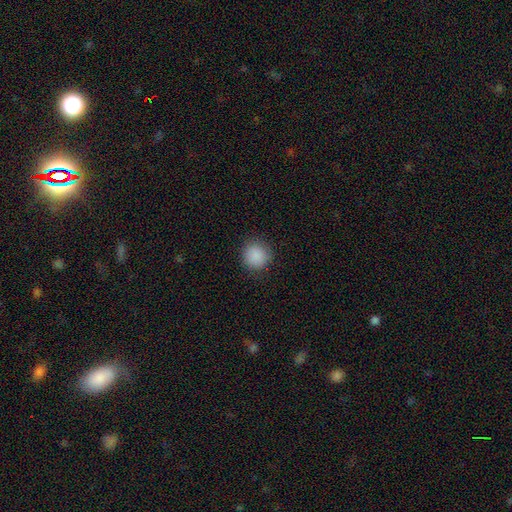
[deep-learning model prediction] Overall: smooth (88%). How rounded: round (92%). Merging: none (89%).